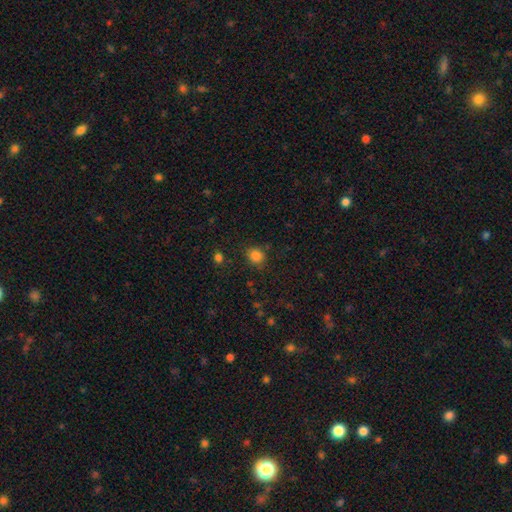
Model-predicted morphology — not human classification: smooth-or-featured: smooth: 83% | star or artifact: 13% | featured or disk: 4%
  how-rounded: round: 81% | in between: 18% | cigar-shaped: 1%
  merging: none: 82% | minor disturbance: 12% | major disturbance: 4% | merger: 3%